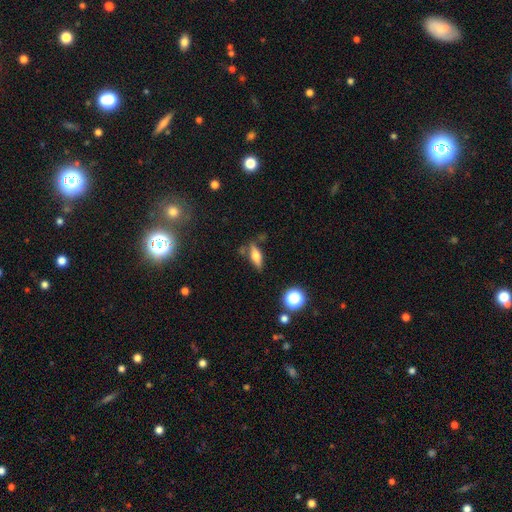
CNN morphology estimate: Smooth or featured: smooth — 55% (featured or disk — 35%)
How rounded: in between — 54% (cigar-shaped — 42%)
Merging: none — 68% (minor disturbance — 19%)